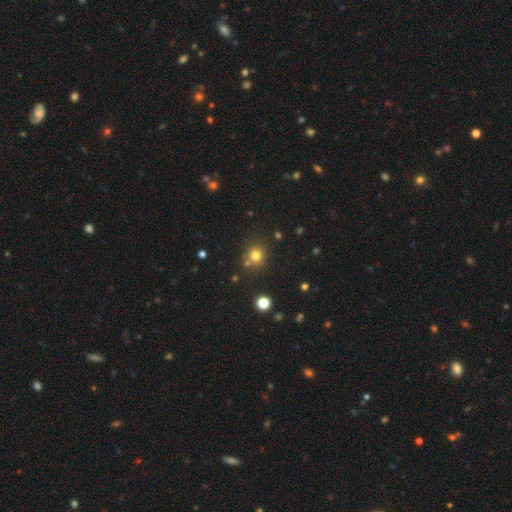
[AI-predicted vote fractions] smooth_or_featured: smooth (p=0.76) [alt: star or artifact p=0.17]
how_rounded: round (p=0.87) [alt: in between p=0.12]
merging: none (p=0.75) [alt: merger p=0.11]